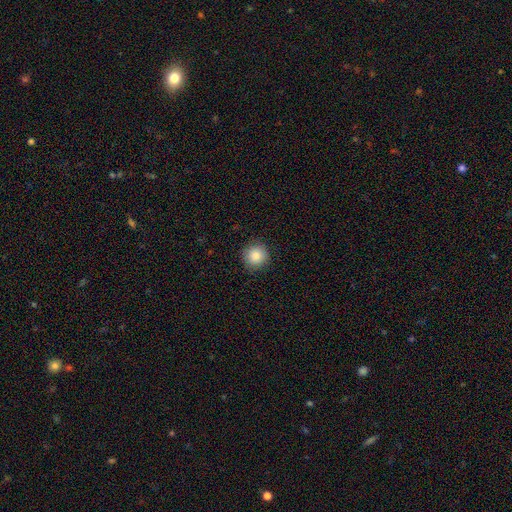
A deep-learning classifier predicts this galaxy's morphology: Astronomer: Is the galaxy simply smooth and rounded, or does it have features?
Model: smooth — 86%.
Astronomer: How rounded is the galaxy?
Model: round — 94%.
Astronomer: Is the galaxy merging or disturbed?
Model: none — 90%.